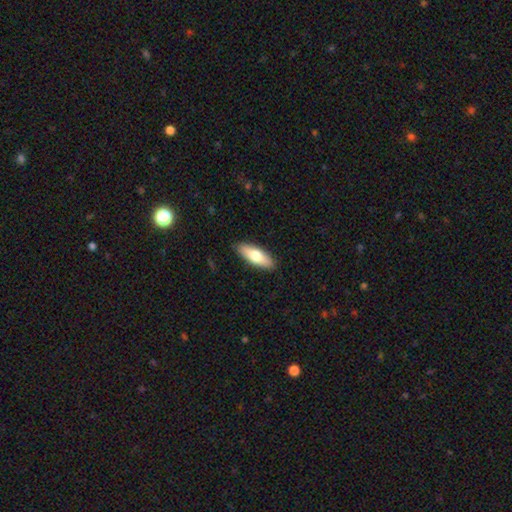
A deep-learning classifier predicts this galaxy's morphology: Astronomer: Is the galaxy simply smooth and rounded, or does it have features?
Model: smooth — 71%.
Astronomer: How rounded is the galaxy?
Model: in between — 65%.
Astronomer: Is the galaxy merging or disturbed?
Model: none — 89%.